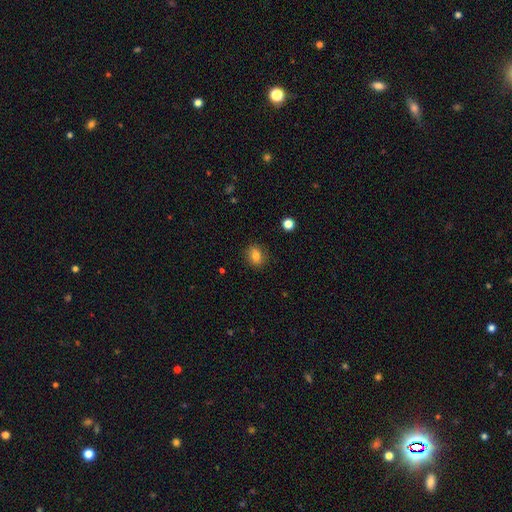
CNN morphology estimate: Smooth or featured?
  - smooth: 78% *
  - featured or disk: 11%
  - star or artifact: 11%
How rounded?
  - round: 52% *
  - in between: 47%
  - cigar-shaped: 2%
Merging?
  - none: 84% *
  - minor disturbance: 11%
  - major disturbance: 3%
  - merger: 1%